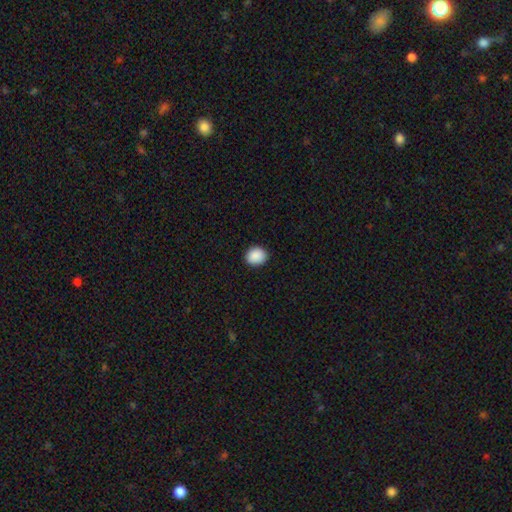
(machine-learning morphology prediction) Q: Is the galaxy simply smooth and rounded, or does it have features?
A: smooth — 90%.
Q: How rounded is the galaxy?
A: round — 71%.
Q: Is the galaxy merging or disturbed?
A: none — 90%.